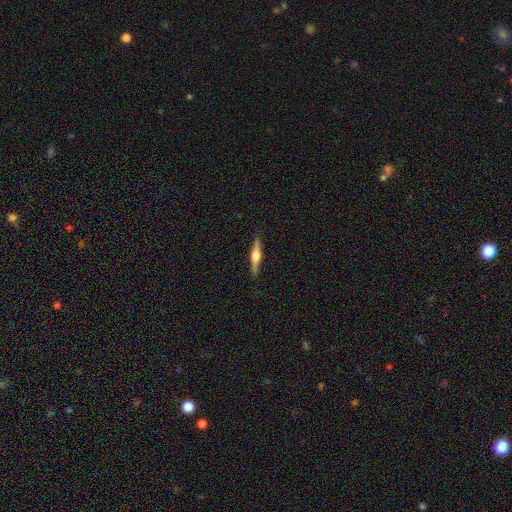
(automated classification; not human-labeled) This is likely a featured or disk galaxy (61%). It is clearly viewed edge-on (97%). Edge-on bulge: clearly rounded (91%). Merging: clearly none (87%).